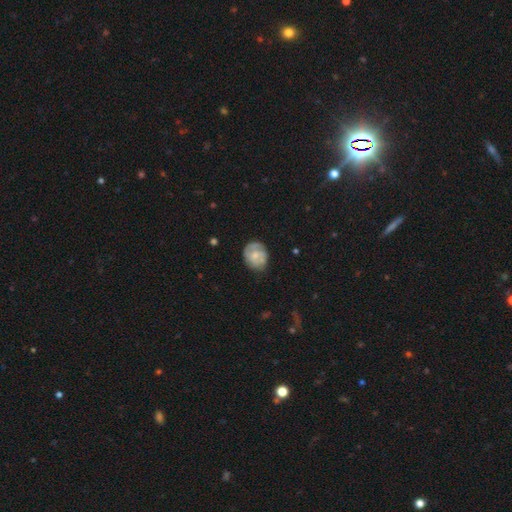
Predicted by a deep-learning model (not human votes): Smooth or featured? Predicted: smooth (p=0.52). How rounded? Predicted: round (p=0.67). Merging? Predicted: none (p=0.66).